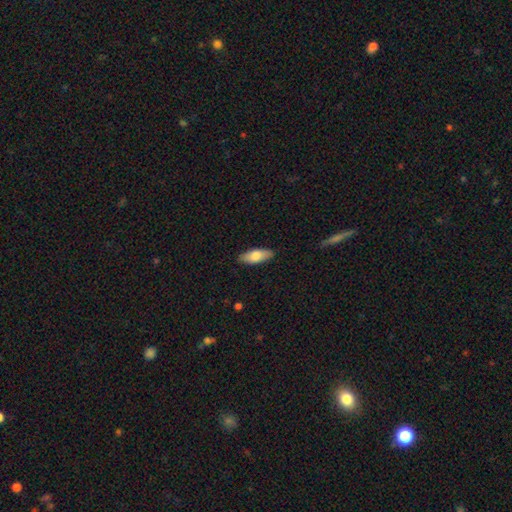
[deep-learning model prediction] smooth_or_featured: smooth (p=0.79) [alt: featured or disk p=0.16]
how_rounded: in between (p=0.75) [alt: cigar-shaped p=0.23]
merging: none (p=0.87) [alt: minor disturbance p=0.10]